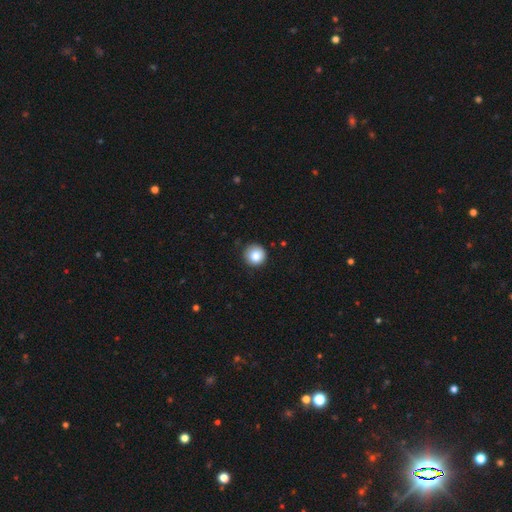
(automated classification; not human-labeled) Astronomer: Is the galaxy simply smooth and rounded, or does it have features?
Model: smooth — 84%.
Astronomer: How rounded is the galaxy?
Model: round — 95%.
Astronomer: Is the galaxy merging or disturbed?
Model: none — 87%.